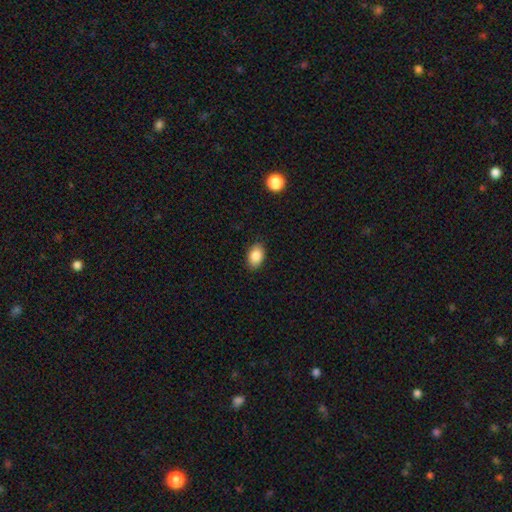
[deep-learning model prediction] Overall: smooth (87%). How rounded: in between (87%). Merging: none (87%).